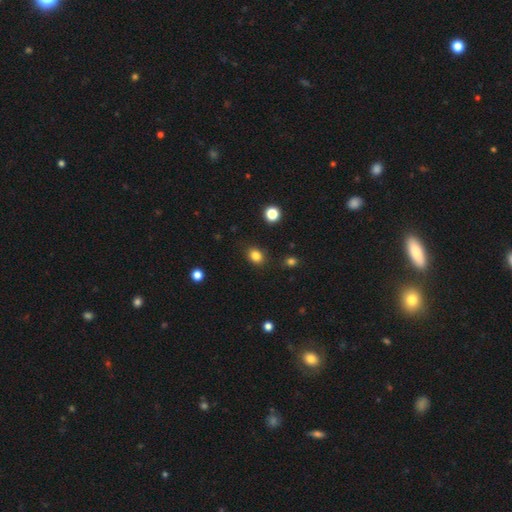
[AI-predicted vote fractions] Morphology: type=smooth (83%); roundness=round (53%); merging=none (87%).